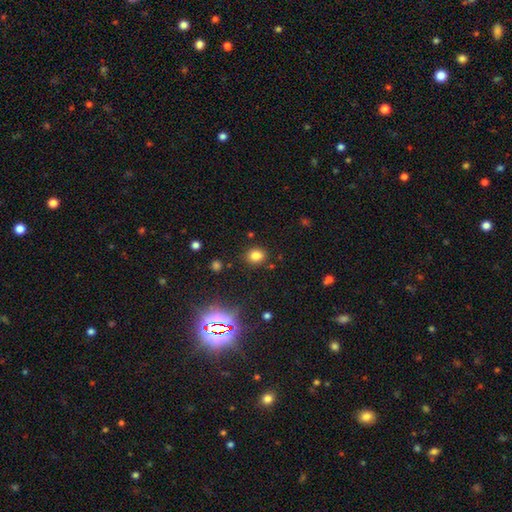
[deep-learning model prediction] Morphology: type=smooth (79%); roundness=round (66%); merging=none (85%).